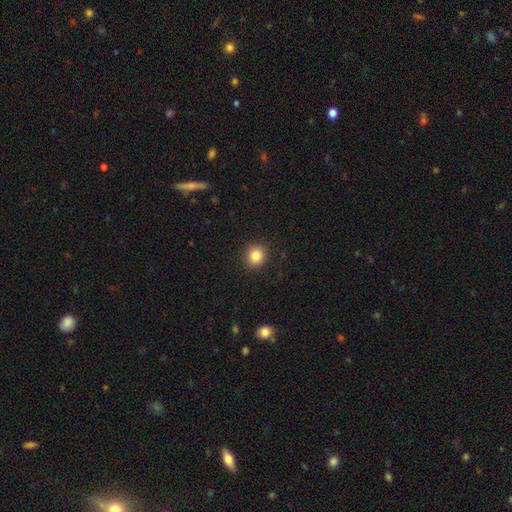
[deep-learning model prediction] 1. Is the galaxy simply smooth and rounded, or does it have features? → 84% smooth, 10% star or artifact, 6% featured or disk.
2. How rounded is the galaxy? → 82% round, 17% in between, 1% cigar-shaped.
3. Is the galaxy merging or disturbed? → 90% none, 7% minor disturbance, 2% major disturbance, 1% merger.